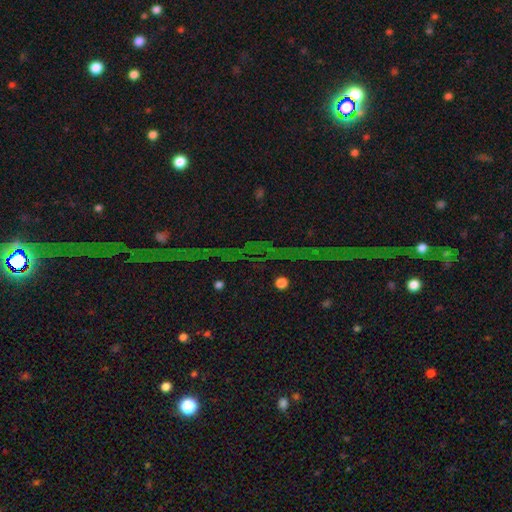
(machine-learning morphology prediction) Smooth or featured? Predicted: star or artifact (p=0.77).